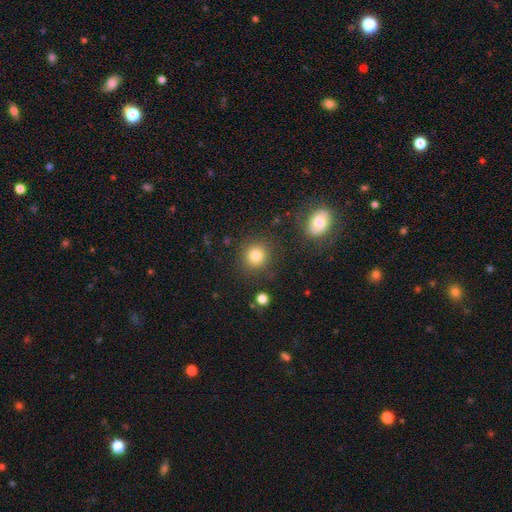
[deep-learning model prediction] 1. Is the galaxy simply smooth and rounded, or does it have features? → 82% smooth, 12% star or artifact, 7% featured or disk.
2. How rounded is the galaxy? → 88% round, 11% in between, 1% cigar-shaped.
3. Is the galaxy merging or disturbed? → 86% none, 8% minor disturbance, 3% major disturbance, 3% merger.